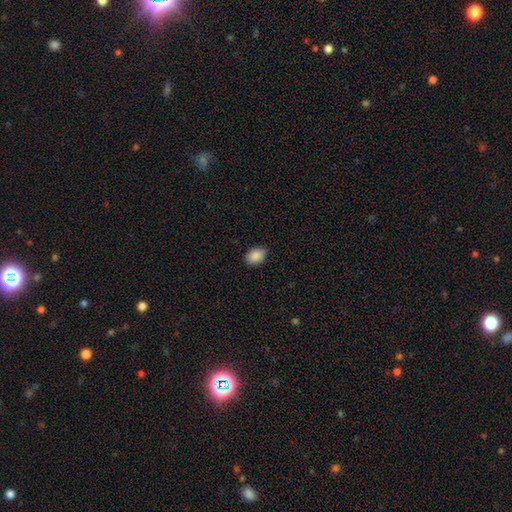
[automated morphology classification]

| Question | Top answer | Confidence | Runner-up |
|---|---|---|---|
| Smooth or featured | smooth | 89% | star or artifact (8%) |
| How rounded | in between | 80% | round (19%) |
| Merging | none | 85% | minor disturbance (12%) |